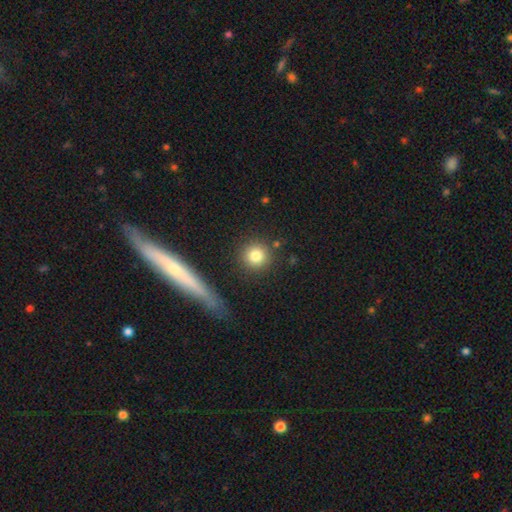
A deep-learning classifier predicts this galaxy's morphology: type=smooth (80%); roundness=round (92%); merging=none (85%).